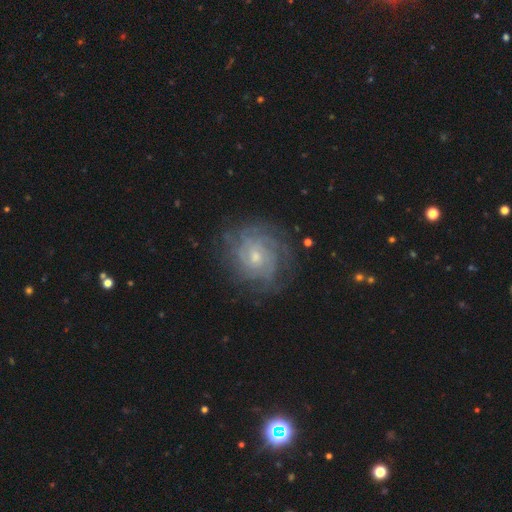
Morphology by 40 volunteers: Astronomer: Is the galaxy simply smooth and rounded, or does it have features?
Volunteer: featured or disk — 88%.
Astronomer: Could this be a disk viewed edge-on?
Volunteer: no — 100%.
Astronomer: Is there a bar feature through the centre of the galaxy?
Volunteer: no — 71%.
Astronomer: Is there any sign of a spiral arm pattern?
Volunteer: yes — 100%.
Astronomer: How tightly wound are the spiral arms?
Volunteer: tight — 80%.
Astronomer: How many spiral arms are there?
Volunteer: can't tell — 51%.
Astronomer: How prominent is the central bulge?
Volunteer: small — 60%.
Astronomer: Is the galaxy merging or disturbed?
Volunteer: none — 86%.